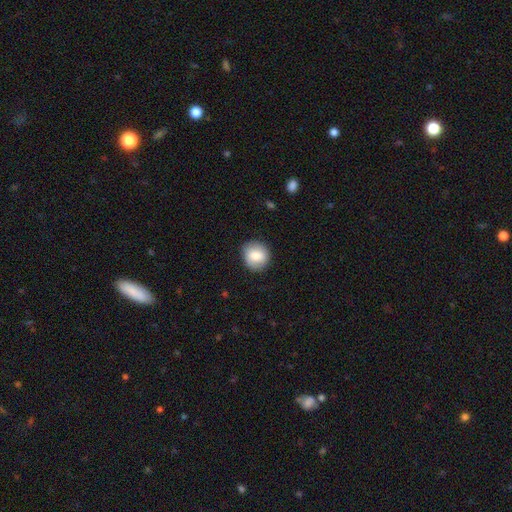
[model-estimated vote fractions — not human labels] A smooth galaxy with no disk features (81%) that is round (84%).

Vote fractions:
- Smooth or featured? smooth: 81% / featured or disk: 11% / star or artifact: 7%
- How rounded? round: 84% / in between: 15% / cigar-shaped: 1%
- Merging? none: 87% / minor disturbance: 10% / major disturbance: 3% / merger: 1%